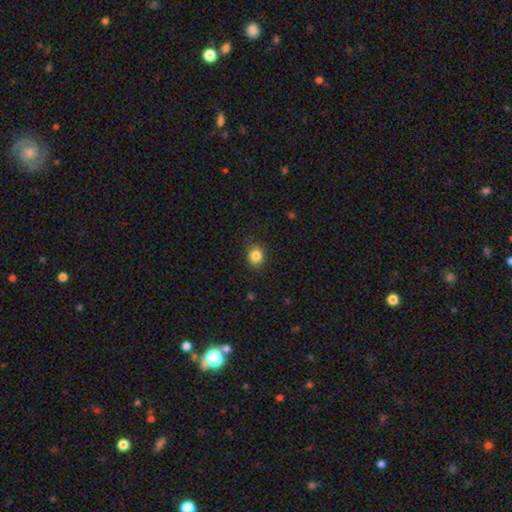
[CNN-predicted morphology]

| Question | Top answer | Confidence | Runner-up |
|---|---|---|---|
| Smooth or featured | smooth | 84% | star or artifact (10%) |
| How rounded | round | 72% | in between (27%) |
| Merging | none | 82% | minor disturbance (14%) |